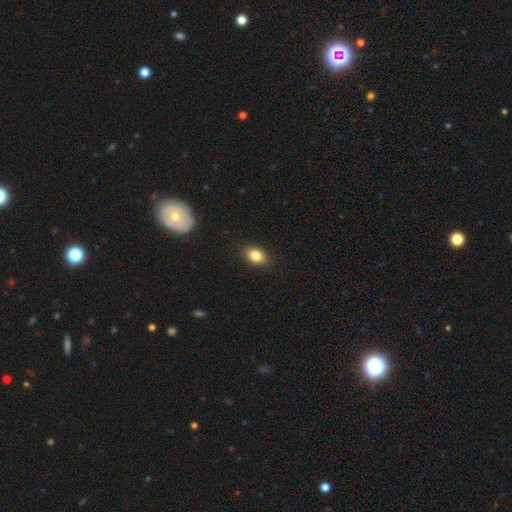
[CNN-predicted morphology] Q: Smooth or featured?
A: smooth (83%); runner-up: star or artifact (9%)
Q: How rounded?
A: in between (80%); runner-up: round (19%)
Q: Merging?
A: none (88%); runner-up: minor disturbance (8%)